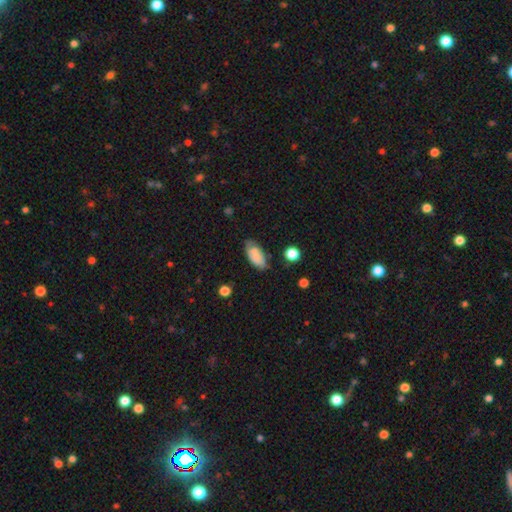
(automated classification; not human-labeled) Smooth or featured?
  - smooth: 76% *
  - featured or disk: 16%
  - star or artifact: 8%
How rounded?
  - in between: 91% *
  - cigar-shaped: 6%
  - round: 3%
Merging?
  - none: 64% *
  - minor disturbance: 26%
  - major disturbance: 6%
  - merger: 4%